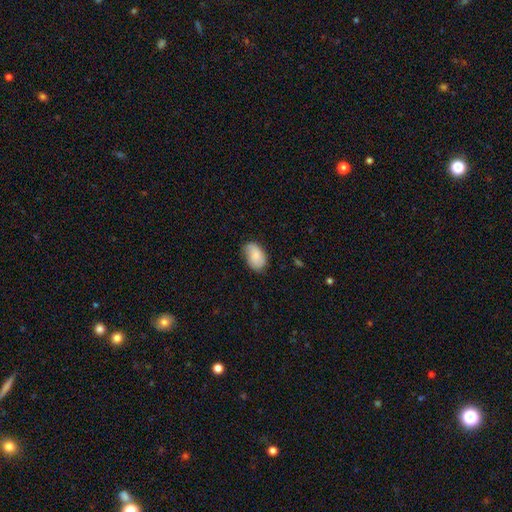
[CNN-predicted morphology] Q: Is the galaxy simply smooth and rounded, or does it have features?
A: smooth — 81%.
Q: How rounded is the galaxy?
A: in between — 88%.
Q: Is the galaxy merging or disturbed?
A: none — 62%.